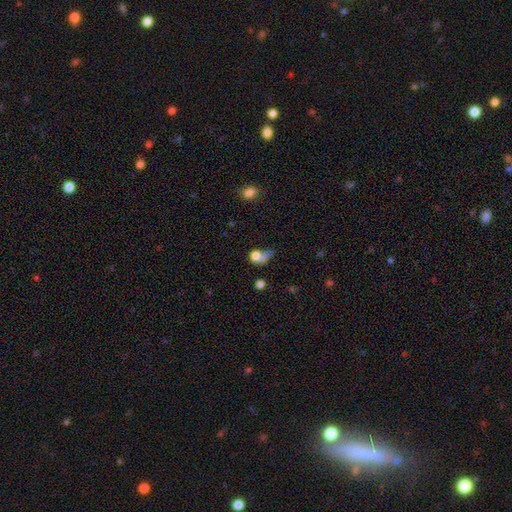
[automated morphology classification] This is likely a smooth galaxy (69%). How rounded: possibly round (59%). Merging: marginally major disturbance (35%).